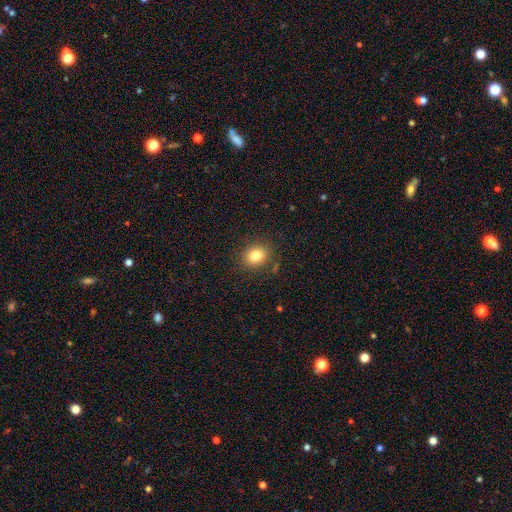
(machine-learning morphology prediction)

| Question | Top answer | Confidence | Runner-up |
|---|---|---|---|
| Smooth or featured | smooth | 81% | star or artifact (11%) |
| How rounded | round | 59% | in between (40%) |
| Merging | none | 86% | minor disturbance (9%) |